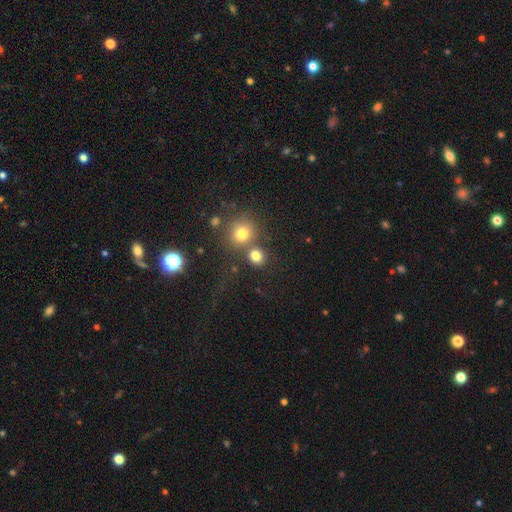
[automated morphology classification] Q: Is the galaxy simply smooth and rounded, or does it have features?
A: smooth — 76%.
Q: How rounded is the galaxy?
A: round — 81%.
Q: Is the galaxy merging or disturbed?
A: none — 61%.